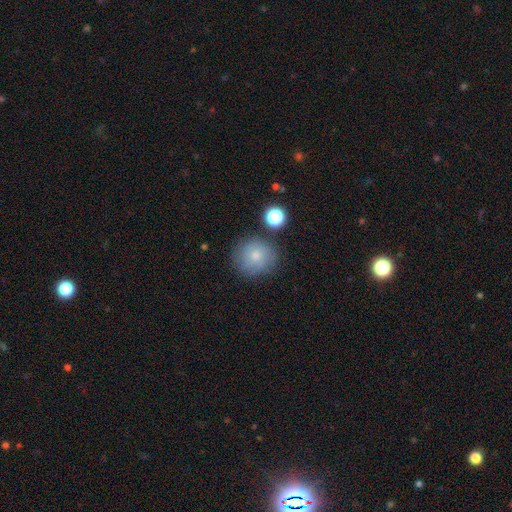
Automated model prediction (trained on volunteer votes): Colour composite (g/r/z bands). It shows a smooth galaxy with no disk features (75%) that is round (91%). Merging: none (73%).